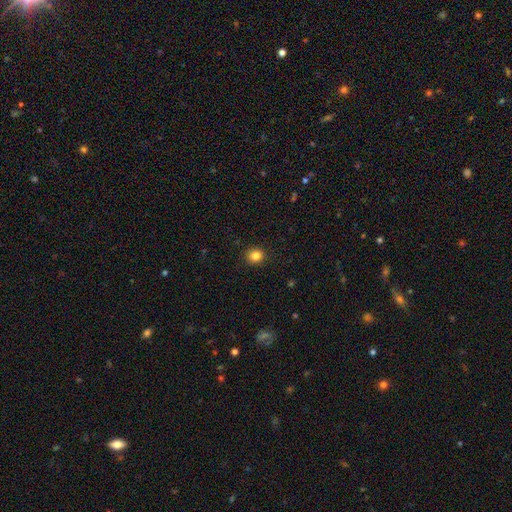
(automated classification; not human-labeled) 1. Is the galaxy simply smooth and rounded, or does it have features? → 83% smooth, 12% star or artifact, 5% featured or disk.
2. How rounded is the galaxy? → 84% round, 16% in between, 1% cigar-shaped.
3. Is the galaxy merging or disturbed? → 91% none, 6% minor disturbance, 2% major disturbance, 1% merger.